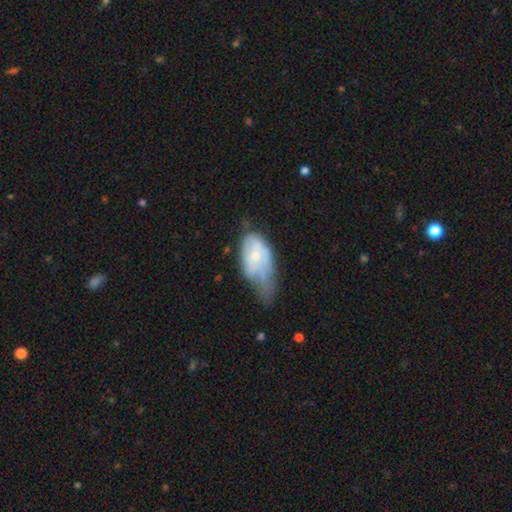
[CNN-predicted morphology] smooth-or-featured: featured or disk: 50% | smooth: 42% | star or artifact: 7%
  disk-edge-on: no: 93% | yes: 7%
  merging: major disturbance: 38% | minor disturbance: 37% | none: 18% | merger: 7%